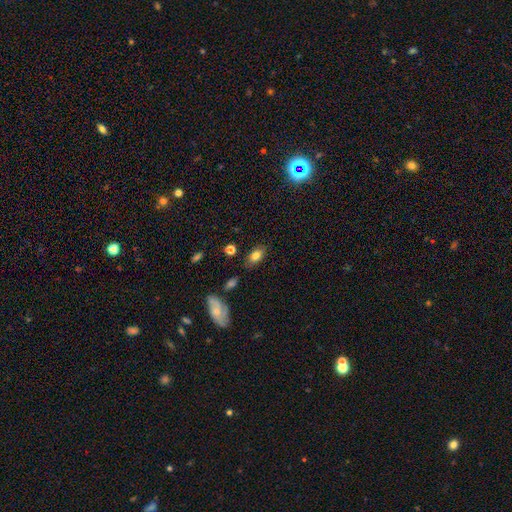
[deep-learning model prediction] The model was most divided on "merging": none: 80%, minor disturbance: 14%, major disturbance: 3%, merger: 3%. More confident: how rounded — in between (88%); smooth or featured — smooth (78%).